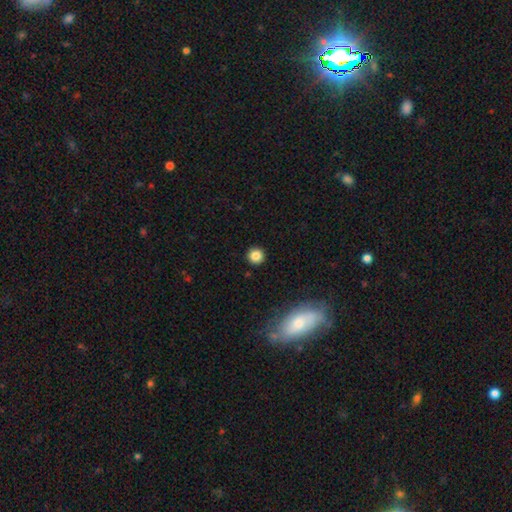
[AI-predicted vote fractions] Smooth or featured: smooth — 83% (star or artifact — 12%)
How rounded: round — 95% (in between — 4%)
Merging: none — 92% (minor disturbance — 5%)